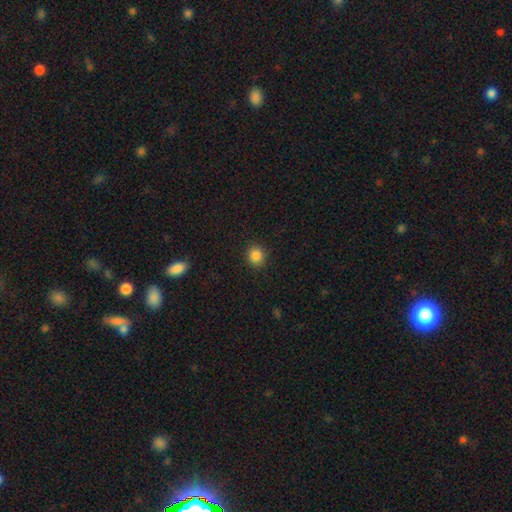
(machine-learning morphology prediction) This is clearly a smooth galaxy (86%). How rounded: clearly round (89%). Merging: clearly none (91%).